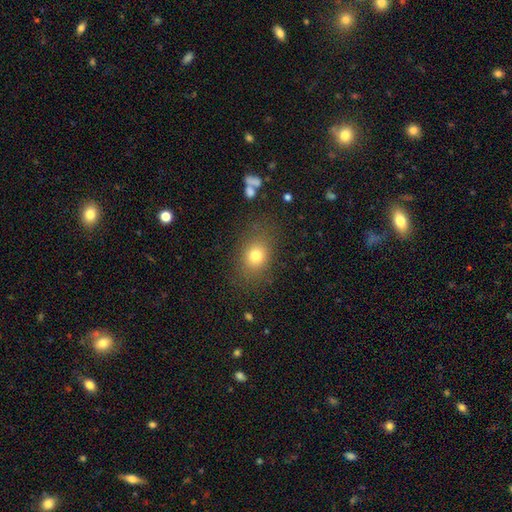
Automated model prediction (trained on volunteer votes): Smooth or featured? smooth (77%)
How rounded? in between (54%)
Merging? none (79%)